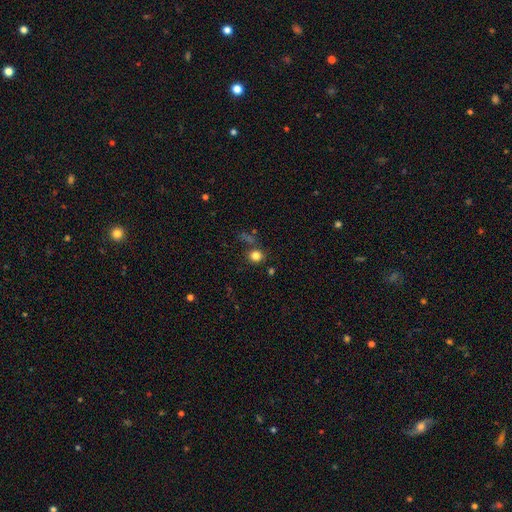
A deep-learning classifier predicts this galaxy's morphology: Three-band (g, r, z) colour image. It shows a smooth galaxy with no disk features (79%) that is round (86%). Merging: none (78%).